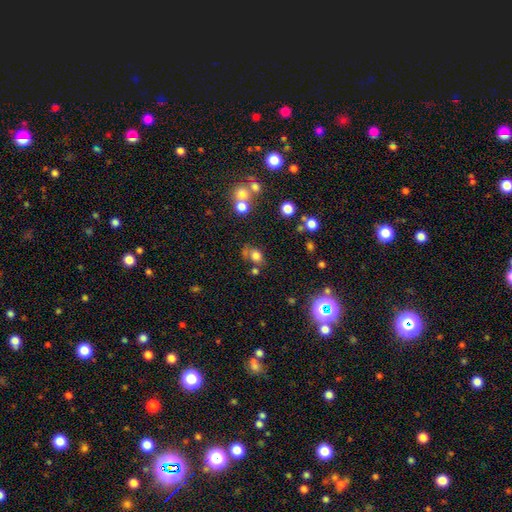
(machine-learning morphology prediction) This appears to be a smooth galaxy with no disk features (73%) that is in between round and cigar-shaped (53%). Merging: none (52%).